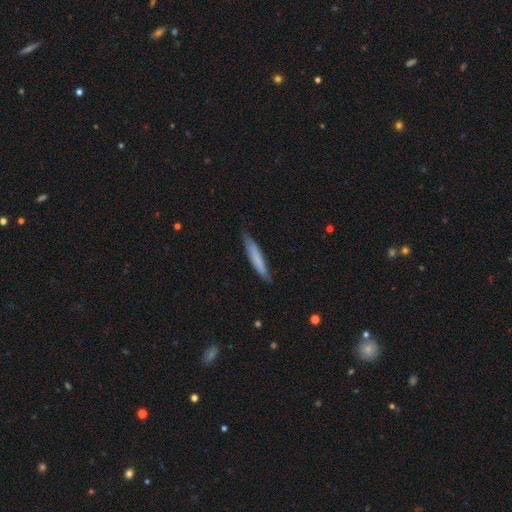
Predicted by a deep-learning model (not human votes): Smooth or featured? Predicted: smooth (p=0.68). How rounded? Predicted: cigar-shaped (p=0.93). Merging? Predicted: none (p=0.81).